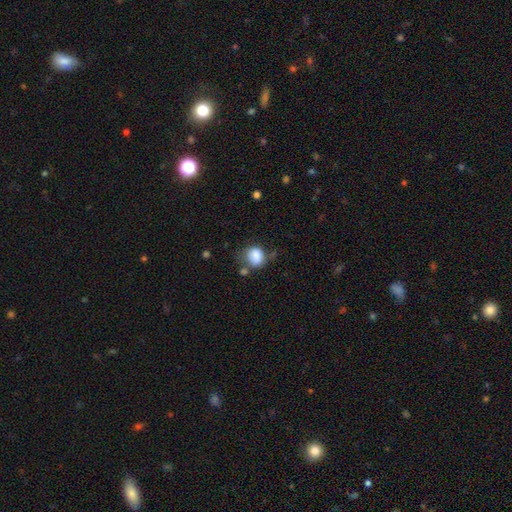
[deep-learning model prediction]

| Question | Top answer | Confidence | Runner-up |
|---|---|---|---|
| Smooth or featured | smooth | 83% | star or artifact (9%) |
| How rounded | round | 58% | in between (41%) |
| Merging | none | 51% | minor disturbance (25%) |